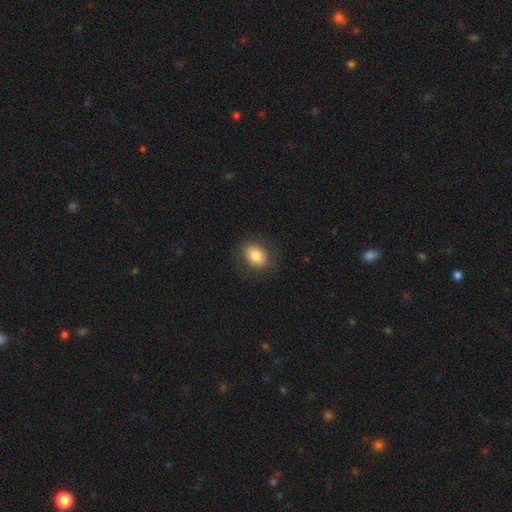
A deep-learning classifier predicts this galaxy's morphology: Smooth or featured? Predicted: smooth (p=0.82). How rounded? Predicted: in between (p=0.56). Merging? Predicted: none (p=0.84).